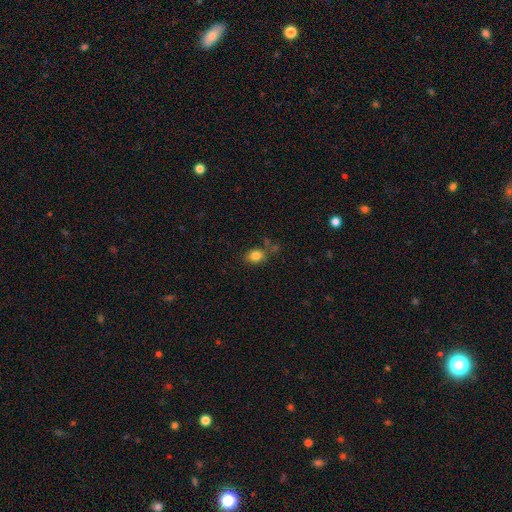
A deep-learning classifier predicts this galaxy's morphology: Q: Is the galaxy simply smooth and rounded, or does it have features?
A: smooth — 82%.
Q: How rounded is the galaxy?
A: in between — 51%.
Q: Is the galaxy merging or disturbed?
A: none — 69%.